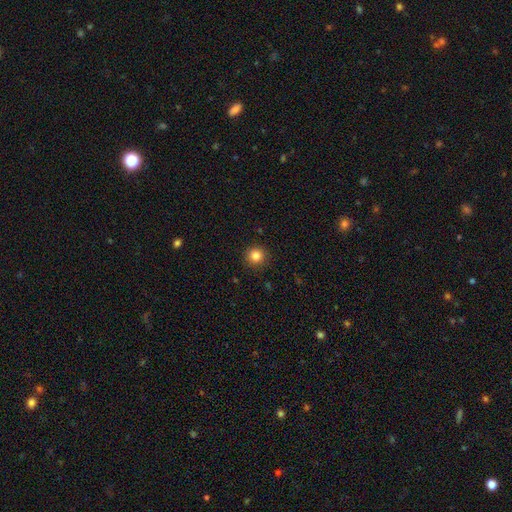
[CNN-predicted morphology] This appears to be a smooth galaxy with no disk features (84%) that is round (94%). Merging: none (91%).